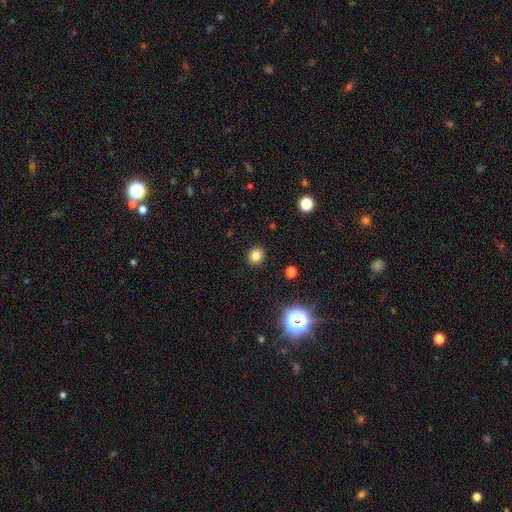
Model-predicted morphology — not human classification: smooth-or-featured: smooth: 82% | star or artifact: 13% | featured or disk: 5%
  how-rounded: round: 83% | in between: 16% | cigar-shaped: 1%
  merging: none: 91% | minor disturbance: 6% | major disturbance: 2% | merger: 1%